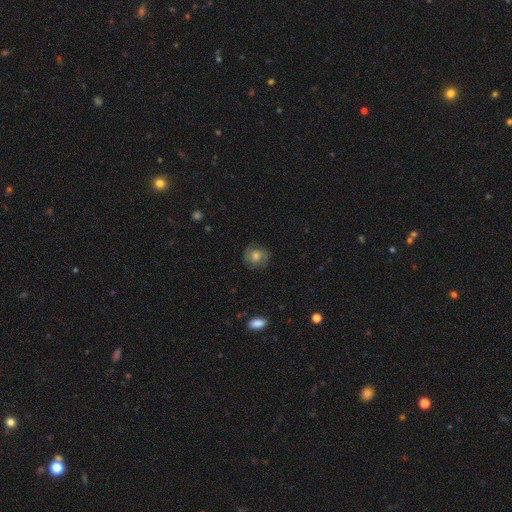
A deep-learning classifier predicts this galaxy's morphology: Smooth or featured? Predicted: featured or disk (p=0.54). Edge-on disk? Predicted: no (p=0.97). Bar? Predicted: no (p=0.72). Spiral arms? Predicted: yes (p=0.87). Bulge size? Predicted: moderate (p=0.60). Merging? Predicted: none (p=0.76).